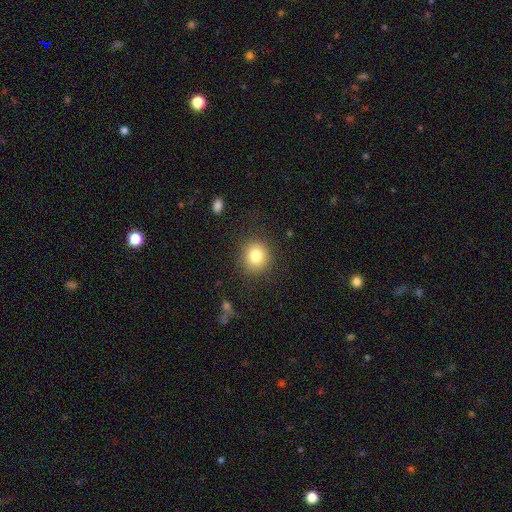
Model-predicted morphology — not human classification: type=smooth (81%); roundness=round (86%); merging=none (87%).